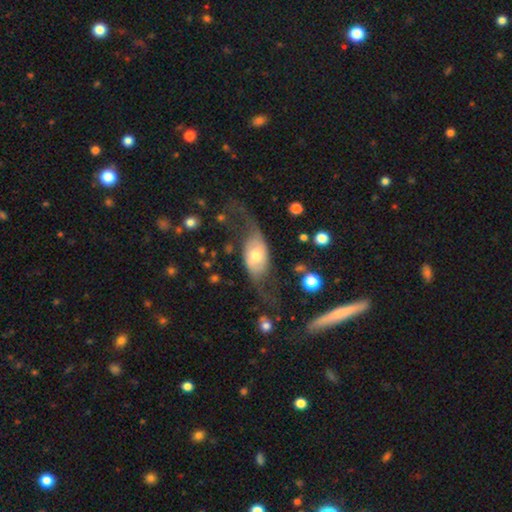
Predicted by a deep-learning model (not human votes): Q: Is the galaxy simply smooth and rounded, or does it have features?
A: featured or disk — 68%.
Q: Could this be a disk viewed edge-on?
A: no — 86%.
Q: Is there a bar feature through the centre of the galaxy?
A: no — 64%.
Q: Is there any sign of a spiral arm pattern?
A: yes — 83%.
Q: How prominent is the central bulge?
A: moderate — 58%.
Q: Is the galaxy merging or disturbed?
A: none — 48%.